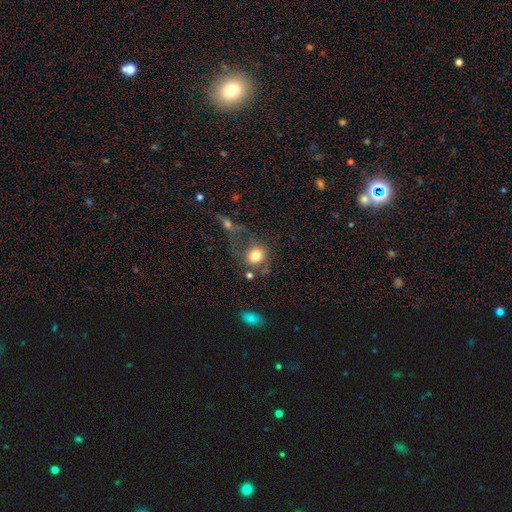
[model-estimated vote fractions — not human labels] Smooth or featured?
  - smooth: 76% *
  - featured or disk: 14%
  - star or artifact: 10%
How rounded?
  - round: 76% *
  - in between: 23%
  - cigar-shaped: 1%
Merging?
  - none: 45% *
  - minor disturbance: 18%
  - merger: 18%
  - major disturbance: 18%